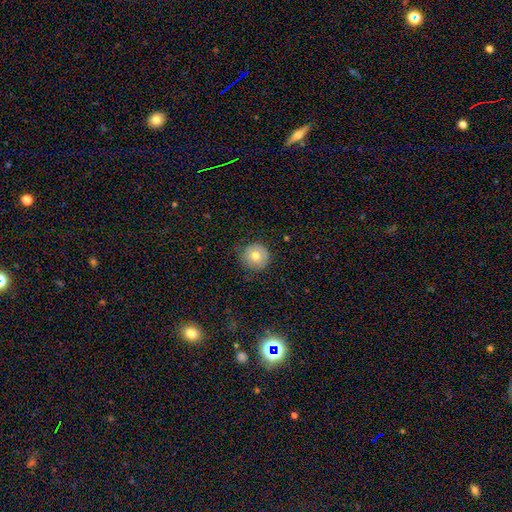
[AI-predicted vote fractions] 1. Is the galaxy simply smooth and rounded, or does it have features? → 73% smooth, 17% featured or disk, 9% star or artifact.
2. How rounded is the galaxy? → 94% round, 5% in between, 1% cigar-shaped.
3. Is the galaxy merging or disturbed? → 78% none, 17% minor disturbance, 4% major disturbance, 1% merger.